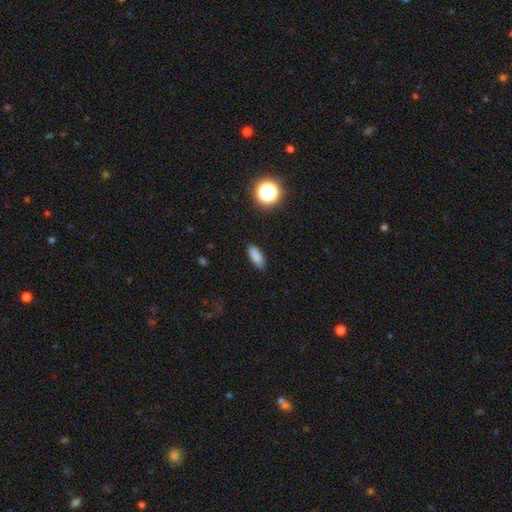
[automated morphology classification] Smooth or featured? smooth (85%)
How rounded? in between (71%)
Merging? none (87%)